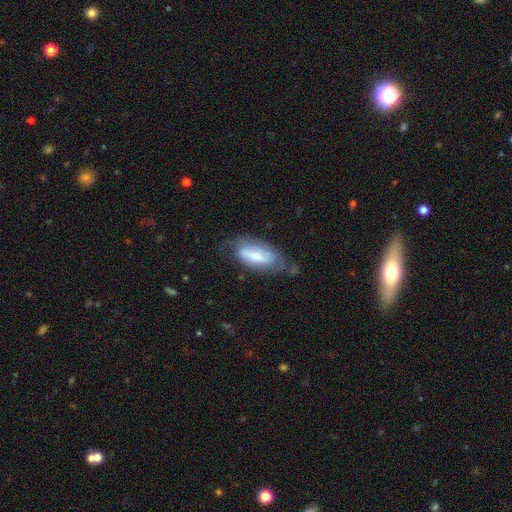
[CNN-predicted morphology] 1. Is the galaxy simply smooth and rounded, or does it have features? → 48% smooth, 45% featured or disk, 7% star or artifact.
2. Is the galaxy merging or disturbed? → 51% none, 30% minor disturbance, 17% major disturbance, 3% merger.